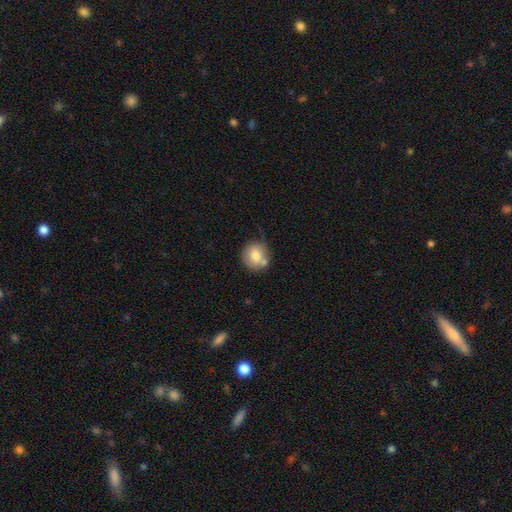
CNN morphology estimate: This is likely a smooth galaxy (78%). How rounded: clearly round (86%). Merging: likely none (63%).